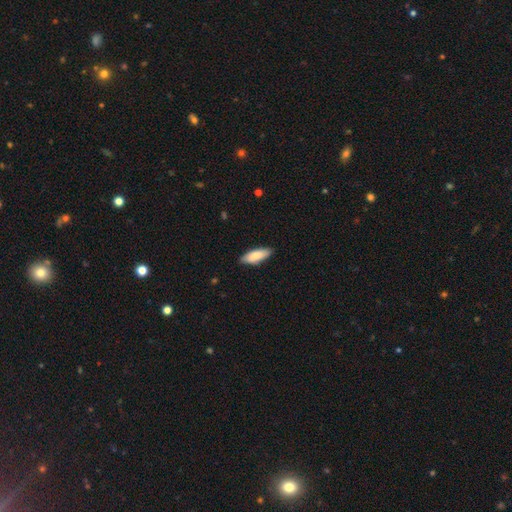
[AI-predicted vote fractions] Overall: smooth (84%). How rounded: in between (66%; cigar-shaped 33%). Merging: none (86%).